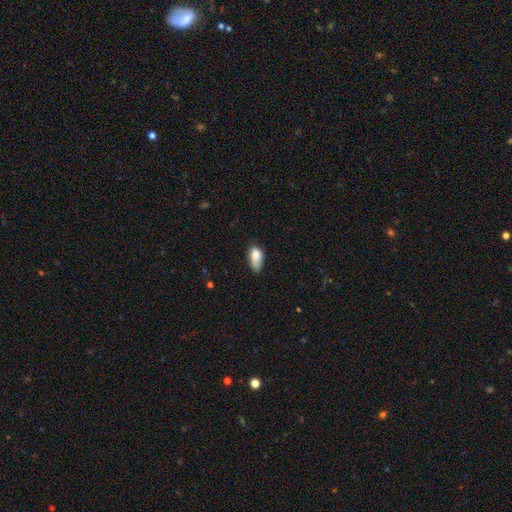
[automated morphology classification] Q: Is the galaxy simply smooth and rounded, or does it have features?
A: smooth — 82%.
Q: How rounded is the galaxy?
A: in between — 91%.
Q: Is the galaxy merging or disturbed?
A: none — 49%.